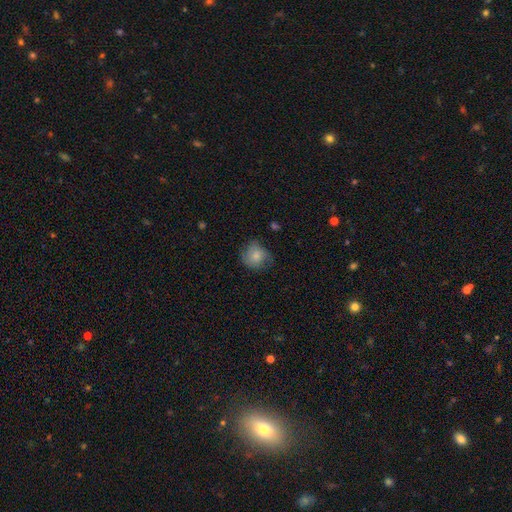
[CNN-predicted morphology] Smooth or featured? Predicted: smooth (p=0.75). How rounded? Predicted: round (p=0.75). Merging? Predicted: none (p=0.60).